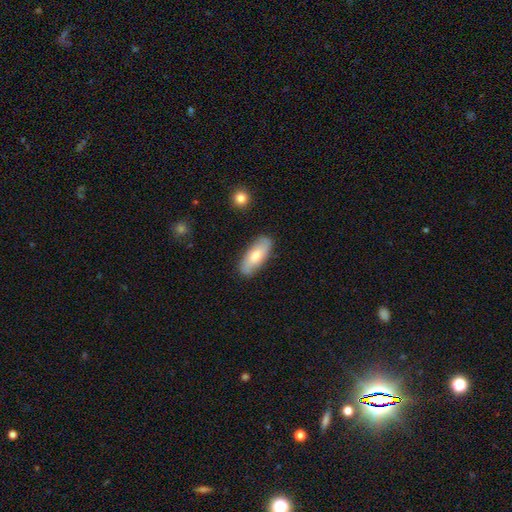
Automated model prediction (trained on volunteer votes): Morphology: type=smooth (64%); roundness=in between (81%); merging=none (83%).